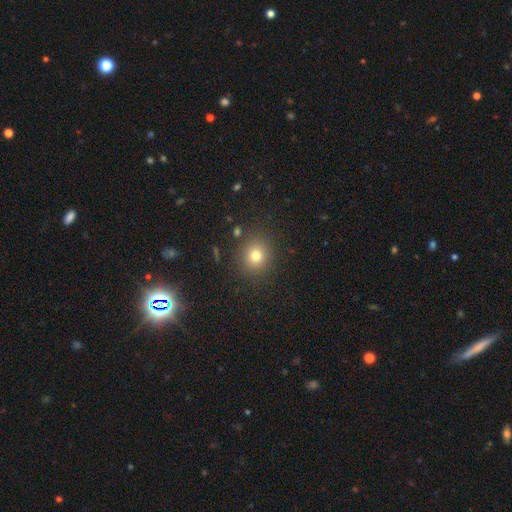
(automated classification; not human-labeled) A smooth galaxy with no disk features (76%) that is round (84%).

Vote fractions:
- Smooth or featured? smooth: 76% / star or artifact: 15% / featured or disk: 9%
- How rounded? round: 84% / in between: 15% / cigar-shaped: 1%
- Merging? none: 87% / minor disturbance: 8% / major disturbance: 3% / merger: 2%